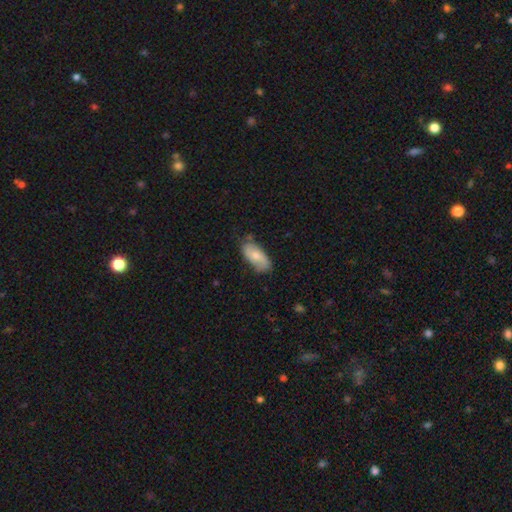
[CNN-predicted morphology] A smooth galaxy with no disk features (66%) that is in between round and cigar-shaped (90%).

Vote fractions:
- Smooth or featured? smooth: 66% / featured or disk: 28% / star or artifact: 6%
- How rounded? in between: 90% / cigar-shaped: 8% / round: 3%
- Merging? none: 69% / minor disturbance: 24% / major disturbance: 4% / merger: 2%